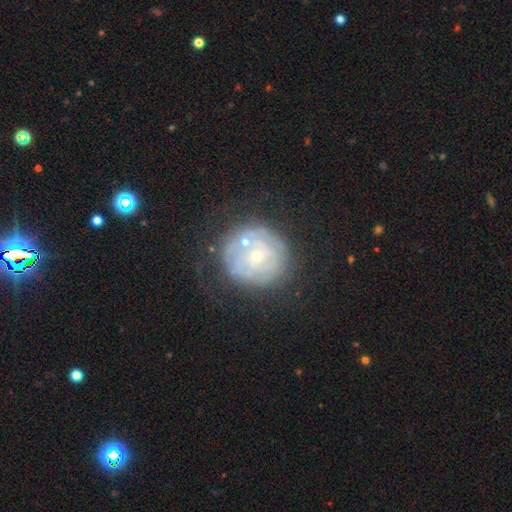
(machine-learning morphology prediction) A featured or disk galaxy (70%) with no bar (75%), spiral arms (72%) and a small central bulge (68%). Merging: none (67%).